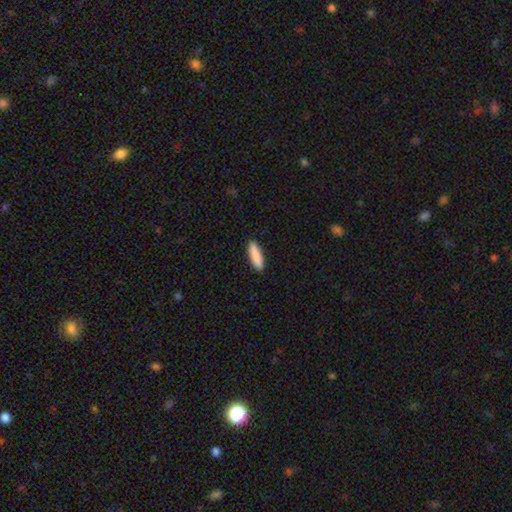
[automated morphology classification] Overall: smooth (89%). How rounded: cigar-shaped (66%; in between 32%). Merging: none (92%).